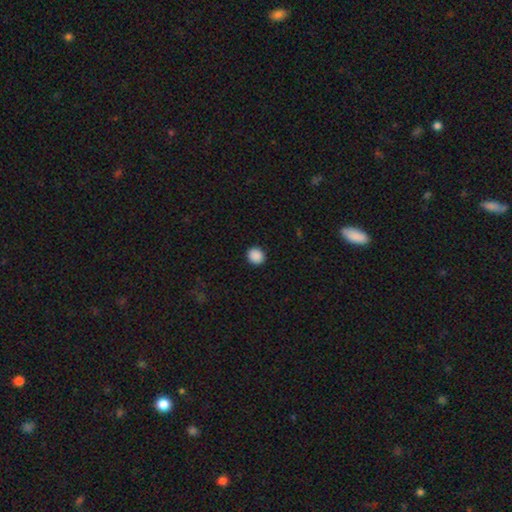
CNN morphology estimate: Overall: smooth (89%). How rounded: round (84%). Merging: none (92%).